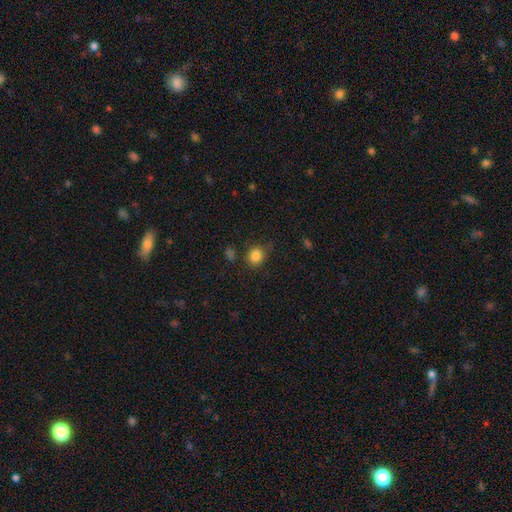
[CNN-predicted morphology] smooth 84%, star or artifact 11%, featured or disk 5%. Down the decision tree: how rounded — round (78%); merging — none (79%).